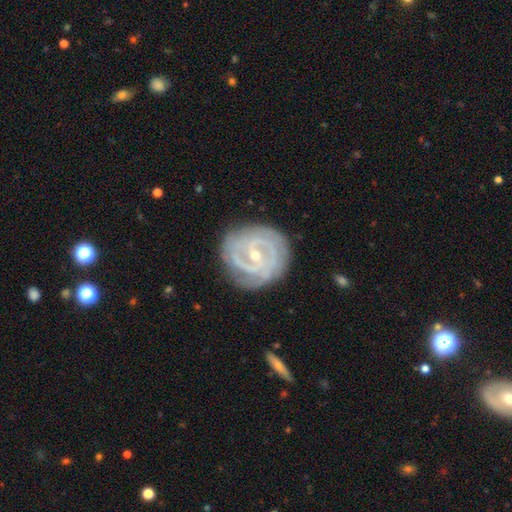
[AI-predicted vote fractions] A featured or disk galaxy (87%) with a weak bar (46%), 2 (40%) tight (68%) spiral arms (95%) and a small central bulge (65%).

Vote fractions:
- Smooth or featured? featured or disk: 87% / smooth: 8% / star or artifact: 5%
- Edge-on disk? no: 97% / yes: 3%
- Bar? weak: 46% / no: 31% / strong: 24%
- Spiral arms? yes: 95% / no: 5%
- Spiral winding? tight: 68% / medium: 27% / loose: 5%
- Spiral arm count? 2: 40% / 3: 22% / can't tell: 21% / 4: 8% / 1: 5% / more than 4: 5%
- Bulge size? small: 65% / moderate: 32% / large: 1% / none: 1% / dominant: 1%
- Merging? none: 79% / minor disturbance: 15% / major disturbance: 5% / merger: 1%